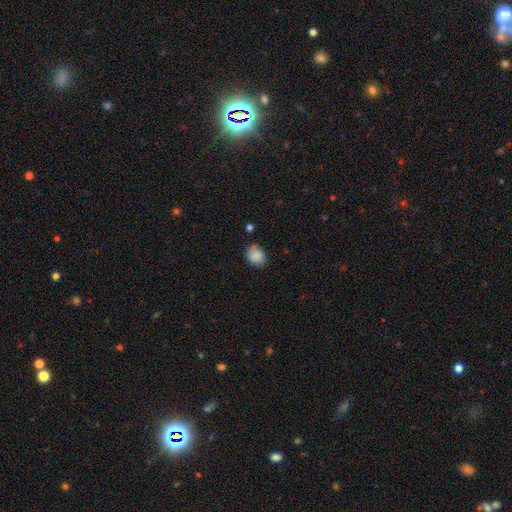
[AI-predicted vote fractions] Smooth or featured?
  - smooth: 85% *
  - star or artifact: 9%
  - featured or disk: 7%
How rounded?
  - round: 51% *
  - in between: 48%
  - cigar-shaped: 1%
Merging?
  - none: 63% *
  - minor disturbance: 27%
  - major disturbance: 6%
  - merger: 4%